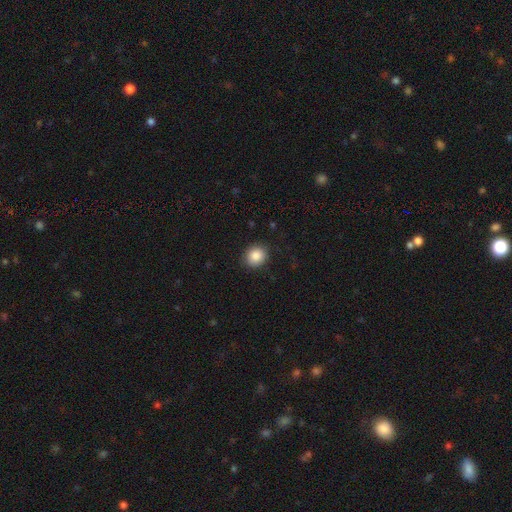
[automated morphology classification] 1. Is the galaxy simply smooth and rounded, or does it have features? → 87% smooth, 9% star or artifact, 4% featured or disk.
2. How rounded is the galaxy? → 76% round, 23% in between, 1% cigar-shaped.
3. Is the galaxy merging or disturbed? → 88% none, 9% minor disturbance, 2% major disturbance, 1% merger.